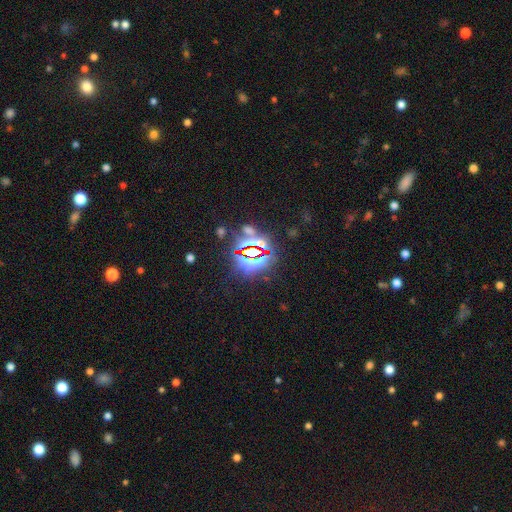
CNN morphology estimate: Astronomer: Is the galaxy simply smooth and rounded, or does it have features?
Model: star or artifact — 83%.